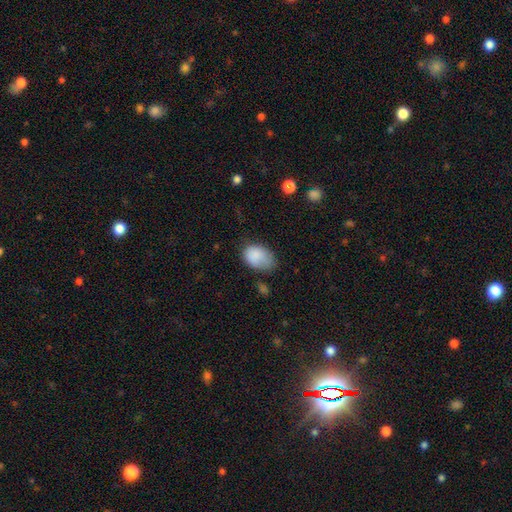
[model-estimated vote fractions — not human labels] Smooth or featured? smooth (86%)
How rounded? in between (82%)
Merging? none (49%)